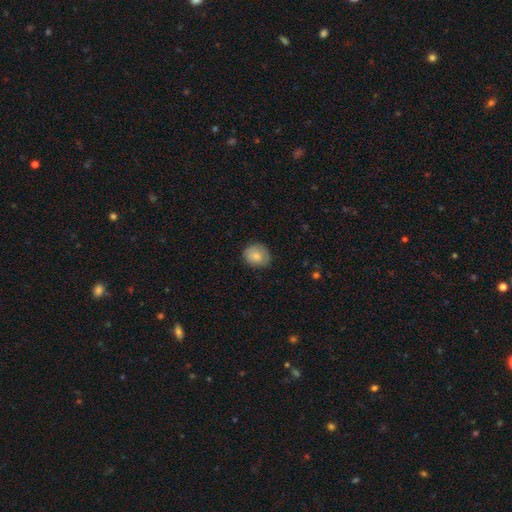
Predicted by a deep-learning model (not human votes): Smooth or featured?
  - smooth: 81% *
  - featured or disk: 11%
  - star or artifact: 8%
How rounded?
  - round: 77% *
  - in between: 22%
  - cigar-shaped: 1%
Merging?
  - none: 80% *
  - minor disturbance: 16%
  - major disturbance: 3%
  - merger: 1%